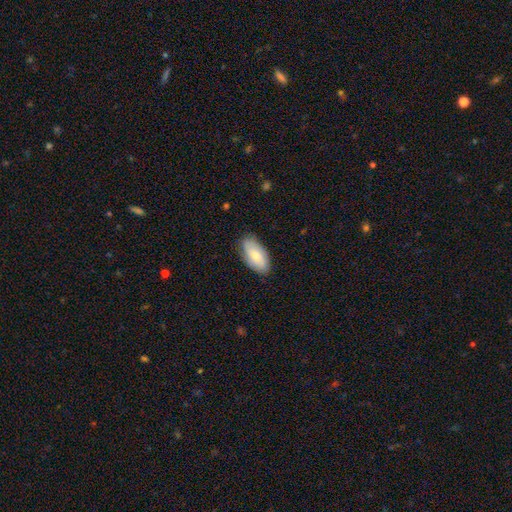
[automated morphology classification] Smooth or featured: smooth — 72% (featured or disk — 23%)
How rounded: in between — 93% (cigar-shaped — 5%)
Merging: none — 80% (minor disturbance — 16%)